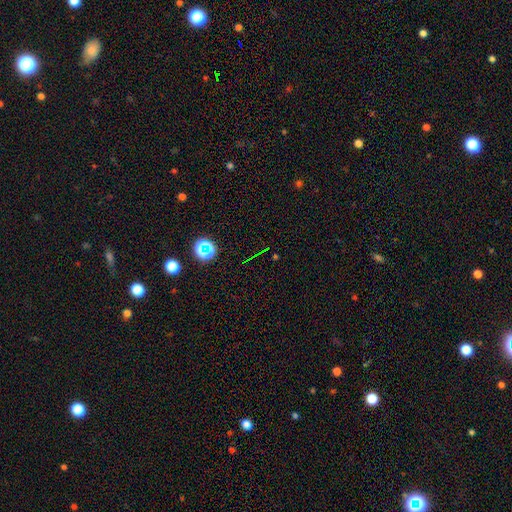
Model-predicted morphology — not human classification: Overall: star or artifact (72%).